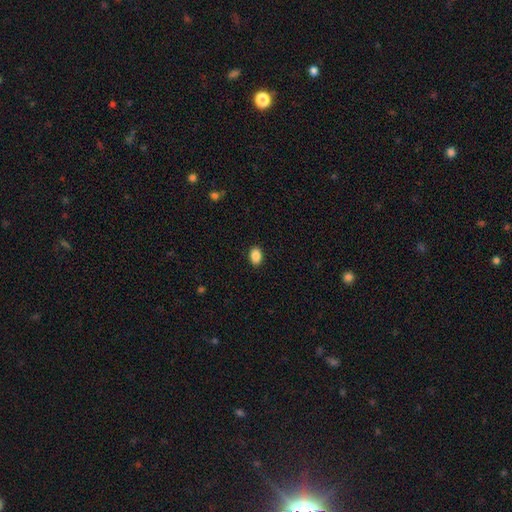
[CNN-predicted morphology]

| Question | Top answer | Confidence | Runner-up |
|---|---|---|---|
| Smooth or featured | smooth | 88% | star or artifact (8%) |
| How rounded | in between | 83% | round (16%) |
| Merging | none | 89% | minor disturbance (8%) |